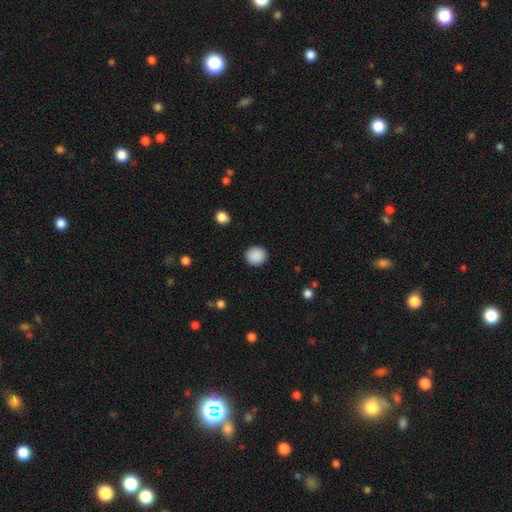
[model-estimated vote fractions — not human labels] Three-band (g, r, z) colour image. It shows a smooth galaxy with no disk features (89%) that is round (92%). Merging: none (92%).